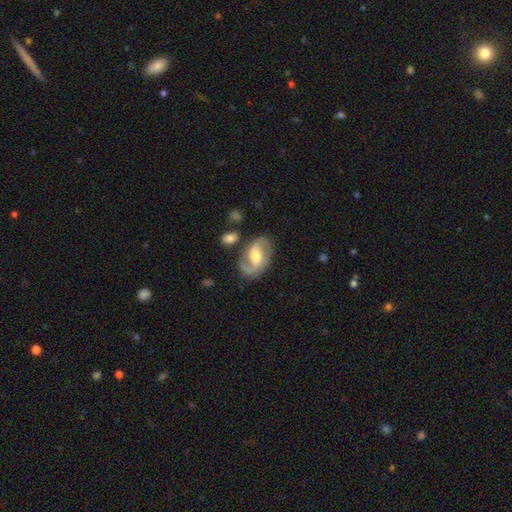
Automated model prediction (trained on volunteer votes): Smooth or featured? featured or disk (83%)
Edge-on disk? no (97%)
Bar? weak (48%)
Spiral arms? yes (95%)
Spiral winding? medium (48%)
Spiral arm count? 2 (83%)
Bulge size? moderate (62%)
Merging? none (71%)